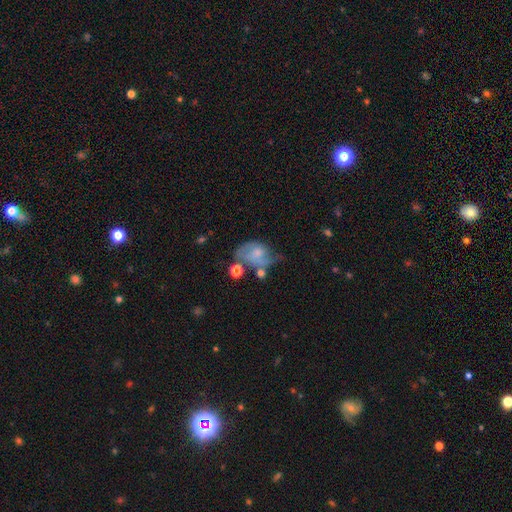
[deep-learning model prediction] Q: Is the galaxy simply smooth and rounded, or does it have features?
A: featured or disk — 47%.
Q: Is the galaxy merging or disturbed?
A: major disturbance — 32%.